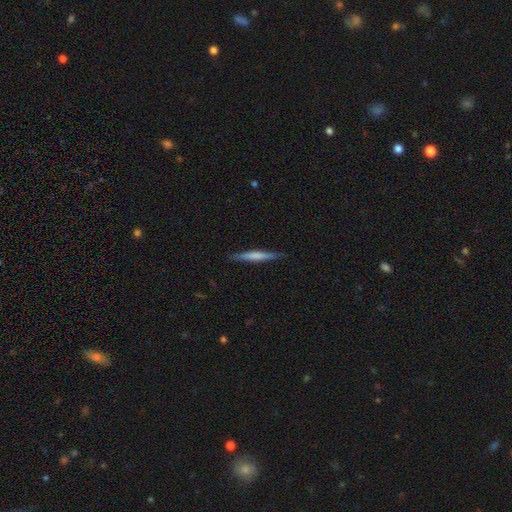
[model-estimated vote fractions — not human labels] A smooth galaxy with no disk features (58%) that is cigar-shaped (95%). Merging: none (88%).